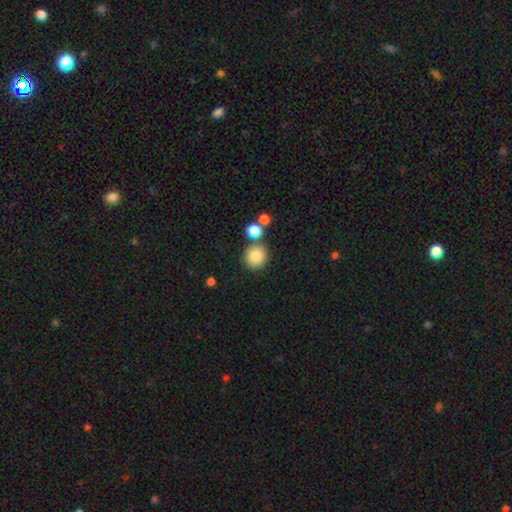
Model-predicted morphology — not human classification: type=smooth (83%); roundness=round (90%); merging=none (76%).